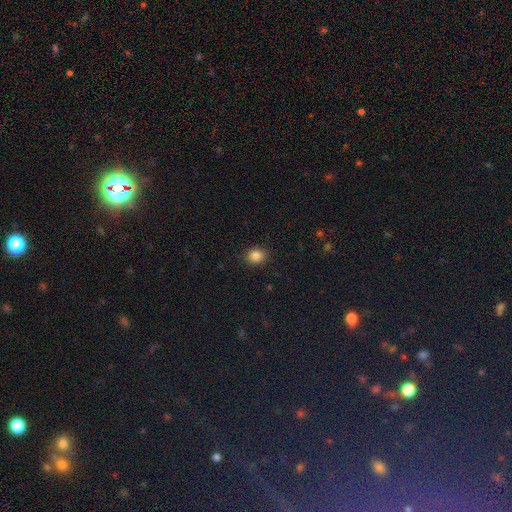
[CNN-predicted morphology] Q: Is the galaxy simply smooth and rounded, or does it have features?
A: smooth — 85%.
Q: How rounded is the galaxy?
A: round — 64%.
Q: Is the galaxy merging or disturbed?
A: none — 89%.